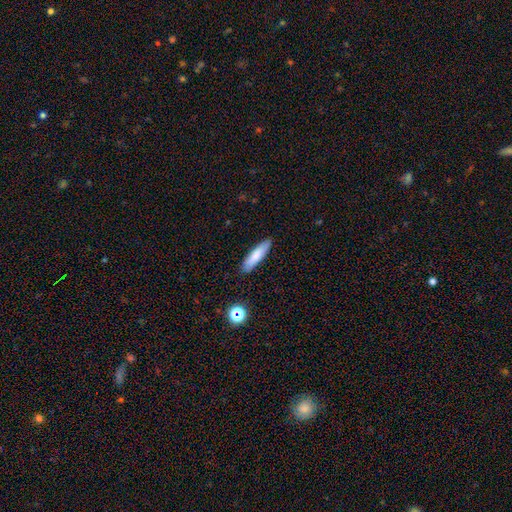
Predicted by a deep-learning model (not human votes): smooth_or_featured: smooth (p=0.76) [alt: featured or disk p=0.17]
how_rounded: cigar-shaped (p=0.72) [alt: in between p=0.27]
merging: none (p=0.88) [alt: minor disturbance p=0.09]